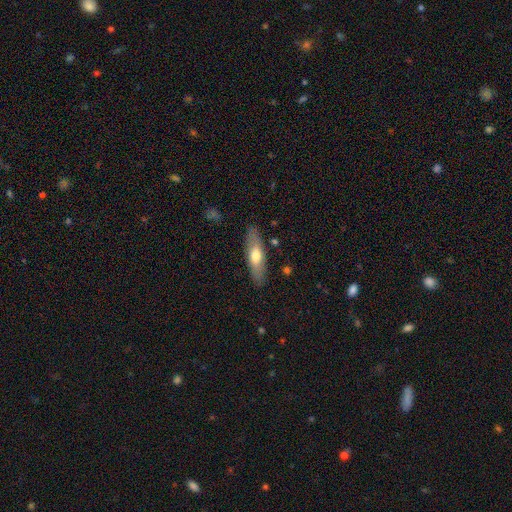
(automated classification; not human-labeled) smooth 59%, featured or disk 35%, star or artifact 6%. Down the decision tree: how rounded — cigar-shaped (52%); merging — none (85%).